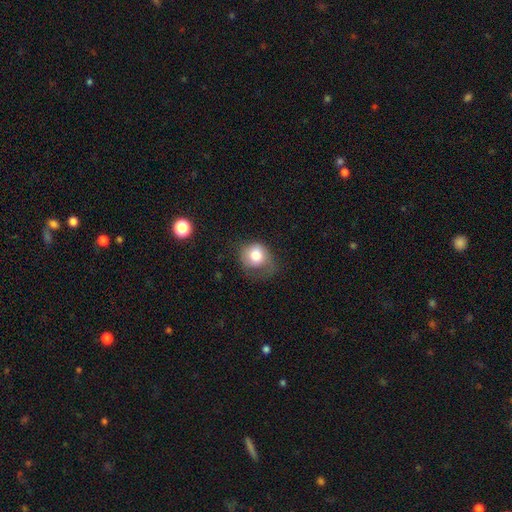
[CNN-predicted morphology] A smooth galaxy with no disk features (76%) that is round (70%). Merging: none (38%).